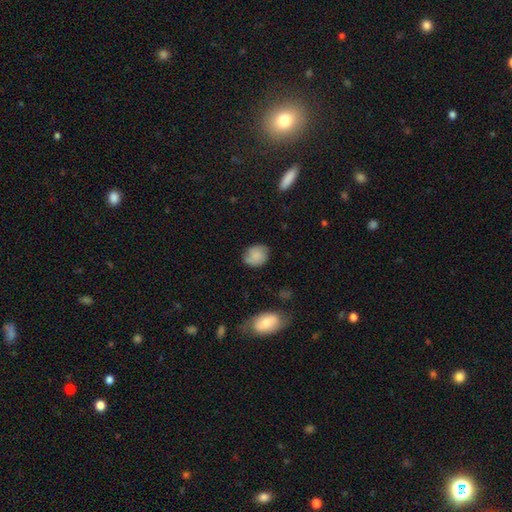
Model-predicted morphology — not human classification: This appears to be a smooth galaxy with no disk features (75%) that is round (62%). Merging: none (71%).